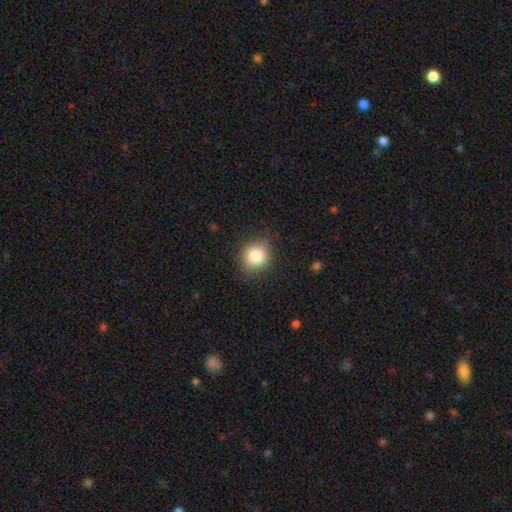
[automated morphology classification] smooth 83%, star or artifact 10%, featured or disk 7%. Down the decision tree: how rounded — round (79%); merging — none (81%).